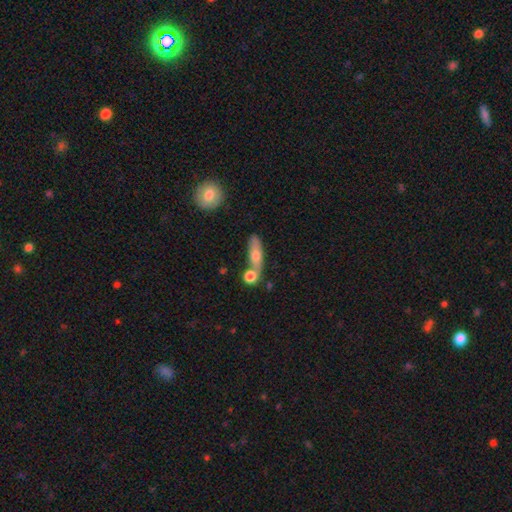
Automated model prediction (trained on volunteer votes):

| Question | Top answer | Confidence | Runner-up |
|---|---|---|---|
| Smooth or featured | smooth | 61% | featured or disk (30%) |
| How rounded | cigar-shaped | 51% | in between (41%) |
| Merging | none | 56% | merger (25%) |